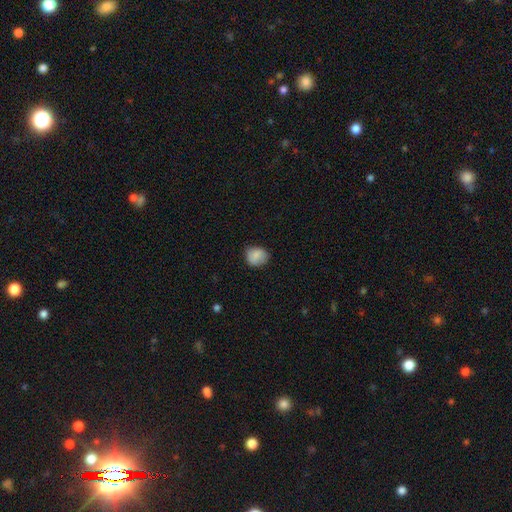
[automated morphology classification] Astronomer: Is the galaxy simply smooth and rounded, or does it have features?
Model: smooth — 85%.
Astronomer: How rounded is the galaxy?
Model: round — 68%.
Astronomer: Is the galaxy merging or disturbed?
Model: none — 76%.